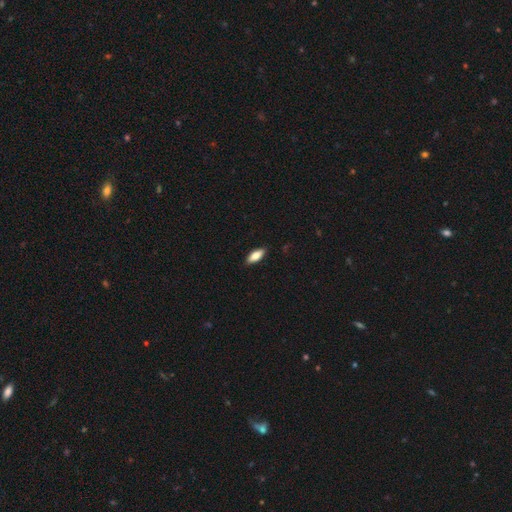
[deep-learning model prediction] Overall: smooth (77%). How rounded: in between (73%). Merging: none (88%).